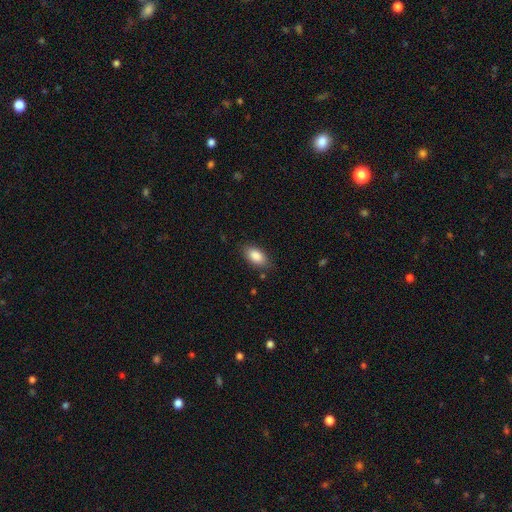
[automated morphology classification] smooth 87%, star or artifact 7%, featured or disk 6%. Down the decision tree: how rounded — in between (92%); merging — none (82%).